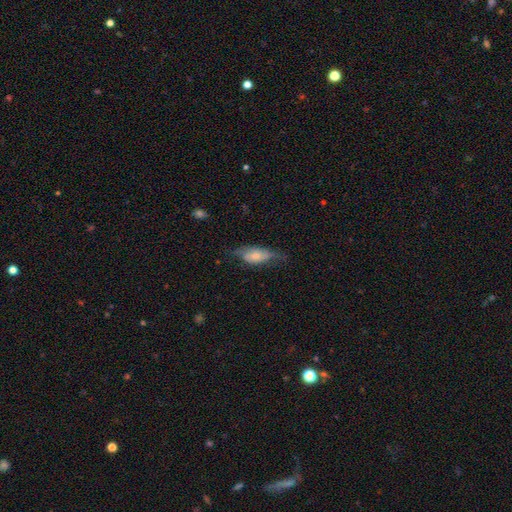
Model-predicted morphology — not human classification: Smooth or featured? Predicted: smooth (p=0.55). How rounded? Predicted: in between (p=0.81). Merging? Predicted: none (p=0.46).